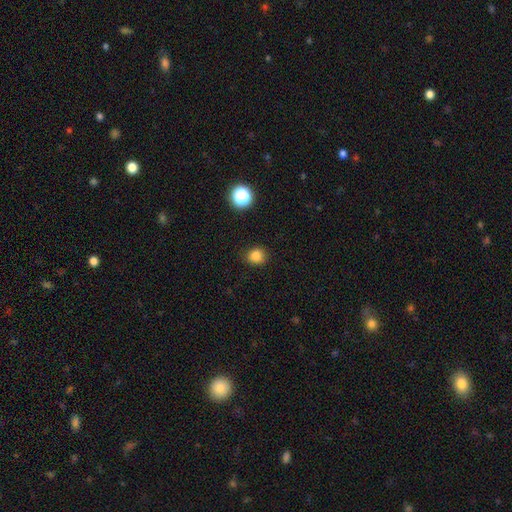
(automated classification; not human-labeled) This is clearly a smooth galaxy (82%). How rounded: likely round (76%). Merging: clearly none (85%).